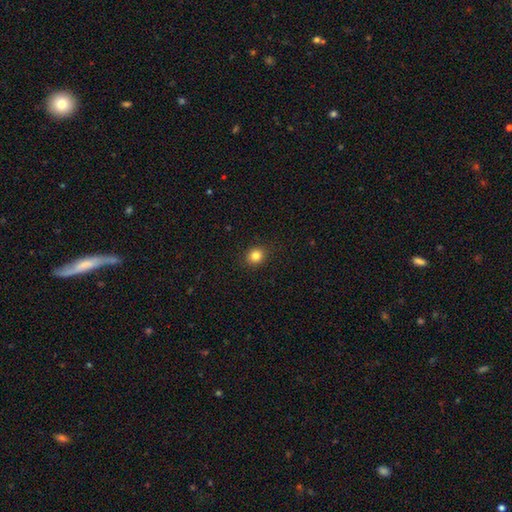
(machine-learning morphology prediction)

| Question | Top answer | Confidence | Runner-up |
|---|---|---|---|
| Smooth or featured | smooth | 82% | star or artifact (12%) |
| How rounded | round | 77% | in between (22%) |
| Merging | none | 90% | minor disturbance (7%) |